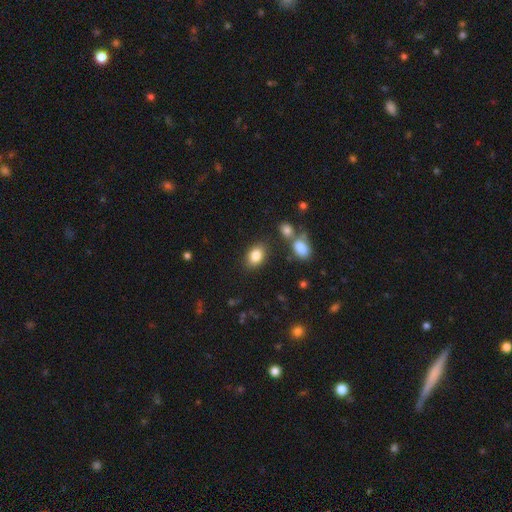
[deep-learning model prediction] smooth-or-featured: smooth: 84% | star or artifact: 9% | featured or disk: 7%
  how-rounded: in between: 79% | round: 20% | cigar-shaped: 1%
  merging: none: 79% | minor disturbance: 11% | merger: 6% | major disturbance: 3%